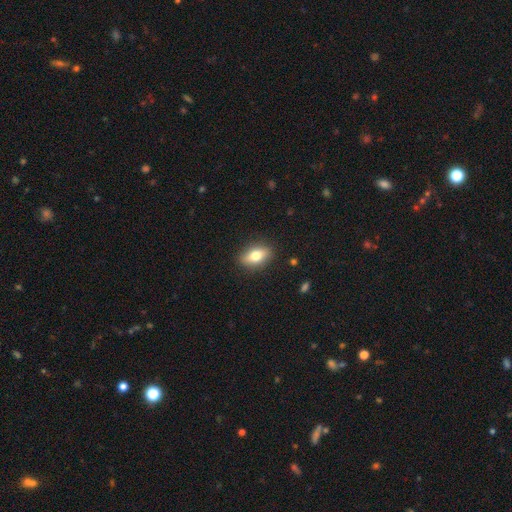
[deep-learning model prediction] Smooth or featured?
  - smooth: 72% *
  - featured or disk: 20%
  - star or artifact: 8%
How rounded?
  - in between: 82% *
  - round: 11%
  - cigar-shaped: 7%
Merging?
  - none: 88% *
  - minor disturbance: 9%
  - major disturbance: 2%
  - merger: 1%